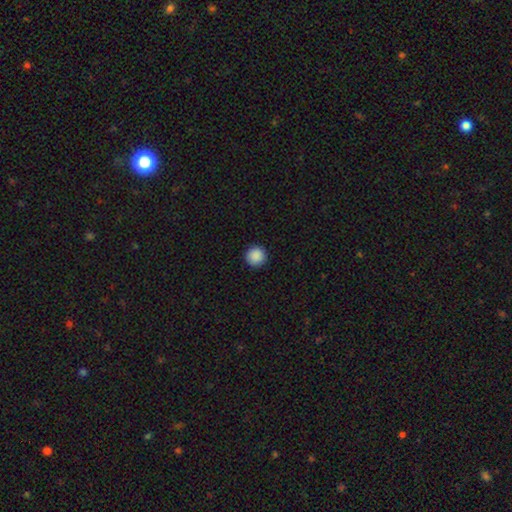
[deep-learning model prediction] A smooth galaxy with no disk features (90%) that is round (96%).

Vote fractions:
- Smooth or featured? smooth: 90% / star or artifact: 8% / featured or disk: 2%
- How rounded? round: 96% / in between: 3% / cigar-shaped: 1%
- Merging? none: 93% / minor disturbance: 5% / major disturbance: 1% / merger: 1%